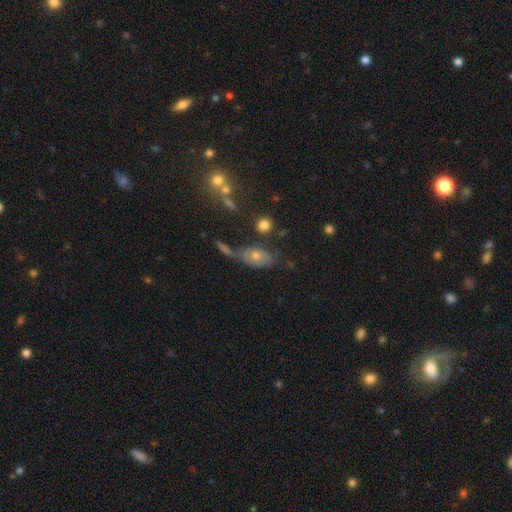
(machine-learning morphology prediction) smooth-or-featured: smooth: 61% | featured or disk: 28% | star or artifact: 12%
  how-rounded: in between: 85% | round: 9% | cigar-shaped: 5%
  merging: none: 46% | minor disturbance: 21% | merger: 21% | major disturbance: 12%